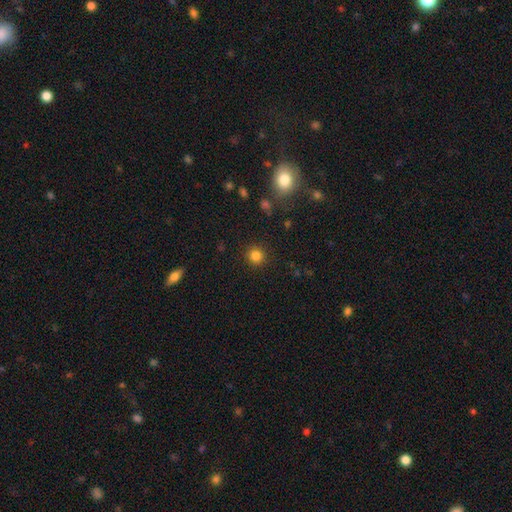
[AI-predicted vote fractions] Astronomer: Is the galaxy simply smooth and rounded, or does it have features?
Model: smooth — 83%.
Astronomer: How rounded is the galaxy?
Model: round — 94%.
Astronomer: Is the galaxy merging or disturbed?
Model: none — 91%.